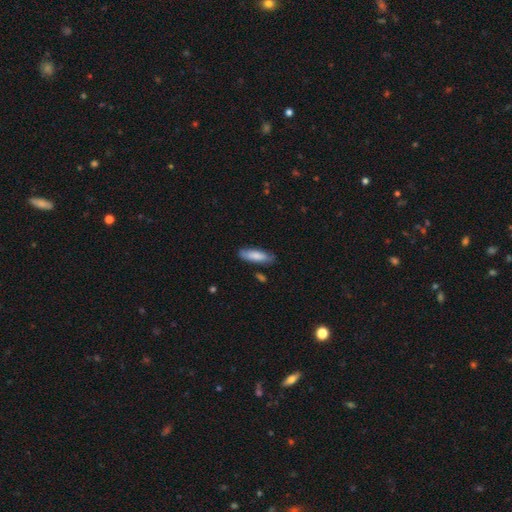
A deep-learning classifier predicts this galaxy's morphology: smooth 78%, featured or disk 16%, star or artifact 6%. Down the decision tree: how rounded — in between (52%); merging — none (78%).